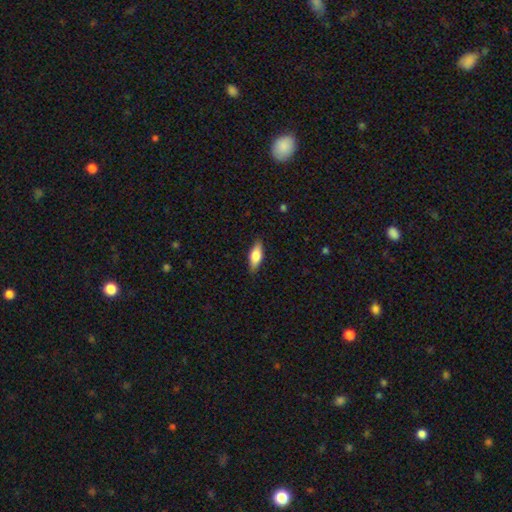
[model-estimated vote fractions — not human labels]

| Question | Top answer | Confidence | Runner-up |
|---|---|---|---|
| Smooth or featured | smooth | 70% | featured or disk (24%) |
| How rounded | in between | 69% | cigar-shaped (28%) |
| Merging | none | 86% | minor disturbance (11%) |